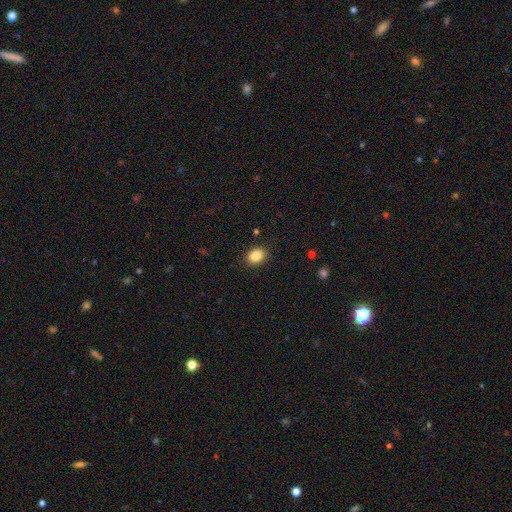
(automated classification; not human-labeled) This appears to be a smooth galaxy with no disk features (87%) that is in between round and cigar-shaped (67%). Merging: none (86%).